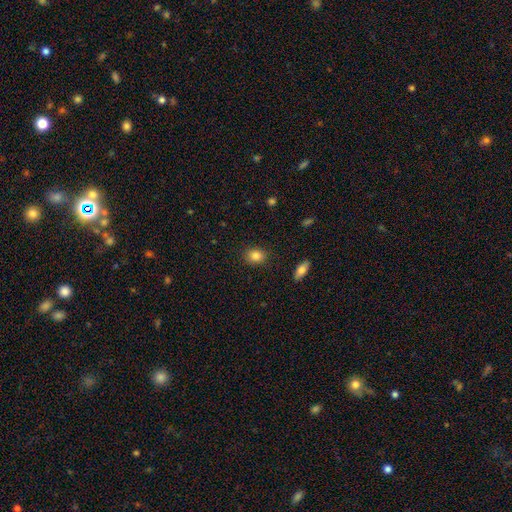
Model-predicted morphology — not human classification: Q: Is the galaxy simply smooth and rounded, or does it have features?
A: smooth — 84%.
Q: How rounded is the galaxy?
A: round — 50%.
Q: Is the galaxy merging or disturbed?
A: none — 87%.